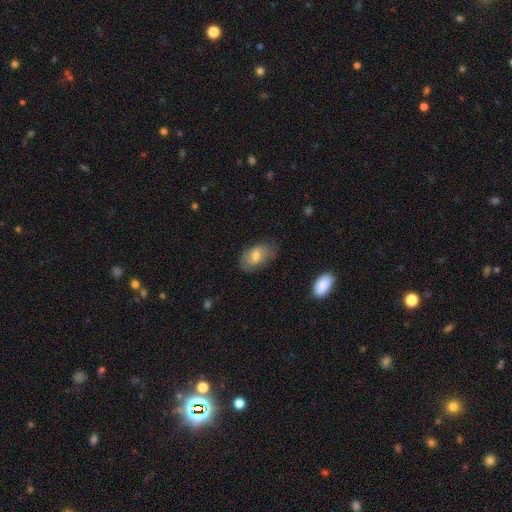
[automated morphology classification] A smooth galaxy with no disk features (67%) that is in between round and cigar-shaped (90%). Merging: none (72%).